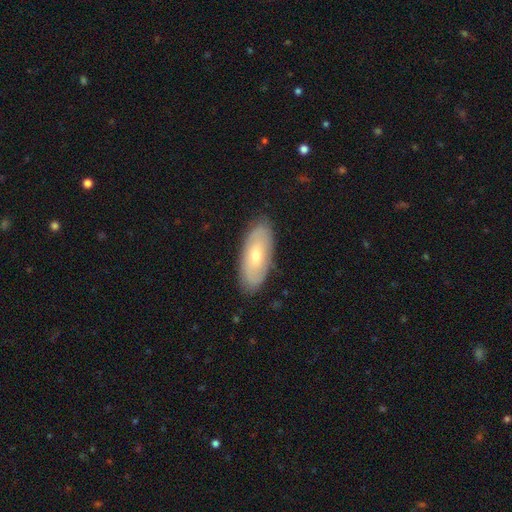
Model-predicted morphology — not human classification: Smooth or featured: featured or disk — 48% (smooth — 46%)
Merging: none — 86% (minor disturbance — 11%)